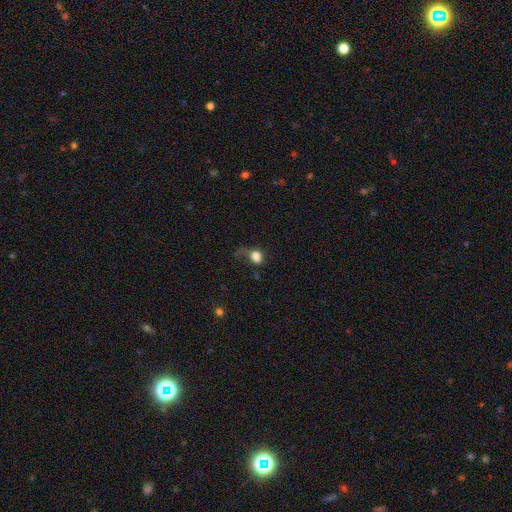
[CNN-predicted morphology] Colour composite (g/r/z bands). It shows a smooth galaxy with no disk features (78%) that is round (53%). Merging: major disturbance (38%).